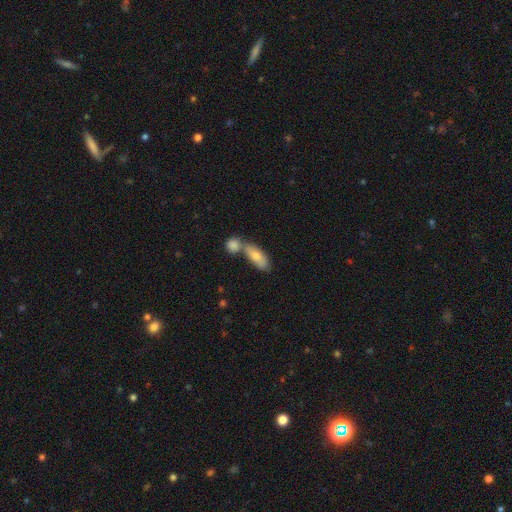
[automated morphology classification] Smooth or featured? Predicted: smooth (p=0.73). How rounded? Predicted: in between (p=0.71). Merging? Predicted: merger (p=0.49).